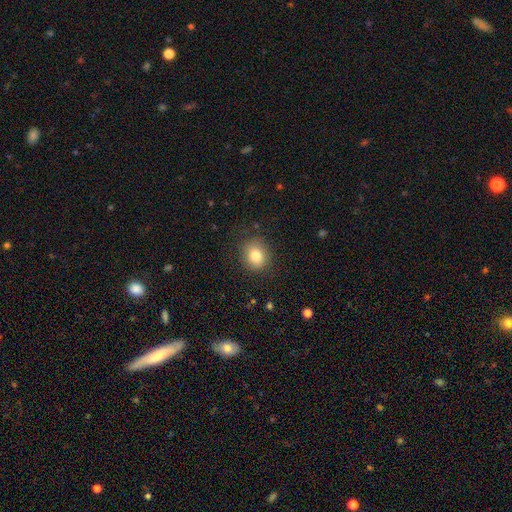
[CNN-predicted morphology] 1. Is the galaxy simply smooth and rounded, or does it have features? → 81% smooth, 10% star or artifact, 9% featured or disk.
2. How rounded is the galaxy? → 75% round, 24% in between, 1% cigar-shaped.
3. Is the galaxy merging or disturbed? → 86% none, 10% minor disturbance, 3% major disturbance, 1% merger.